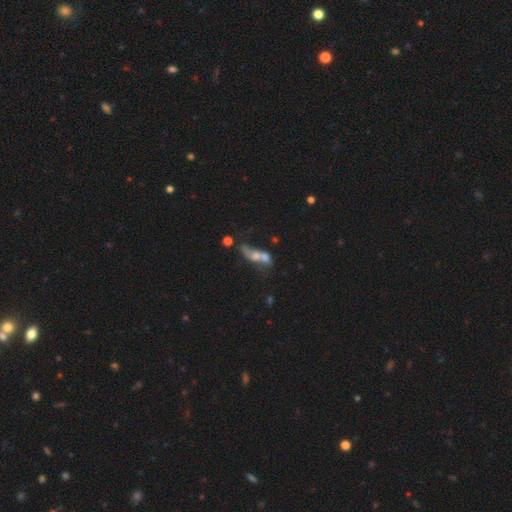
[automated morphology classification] Overall: smooth (44%; featured or disk 42%). Merging: merger (56%; none 19%).